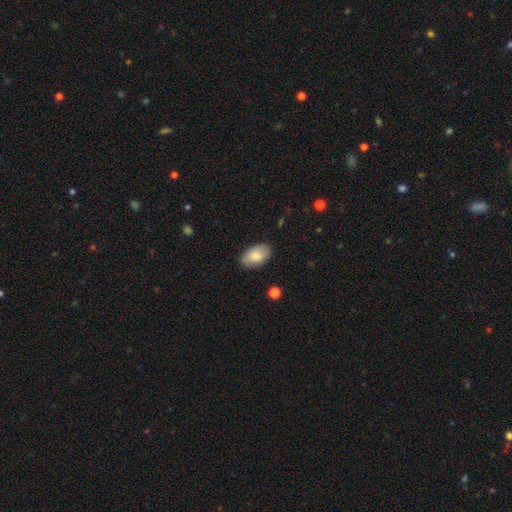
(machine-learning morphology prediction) This appears to be a smooth galaxy with no disk features (77%) that is in between round and cigar-shaped (92%). Merging: none (80%).